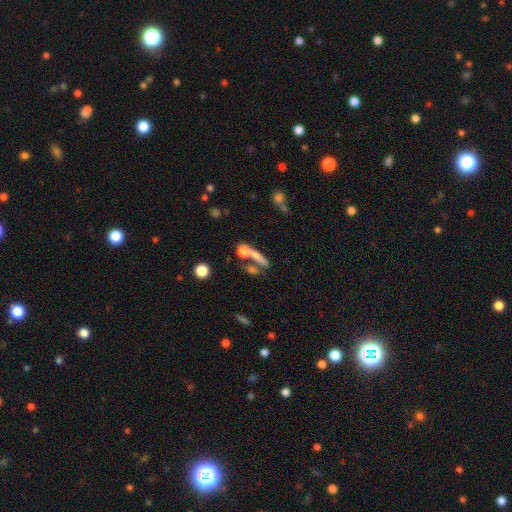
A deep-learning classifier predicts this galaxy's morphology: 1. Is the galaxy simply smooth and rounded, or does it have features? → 64% smooth, 23% featured or disk, 13% star or artifact.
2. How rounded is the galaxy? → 57% cigar-shaped, 26% in between, 17% round.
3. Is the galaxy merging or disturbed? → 44% none, 36% merger, 11% minor disturbance, 8% major disturbance.